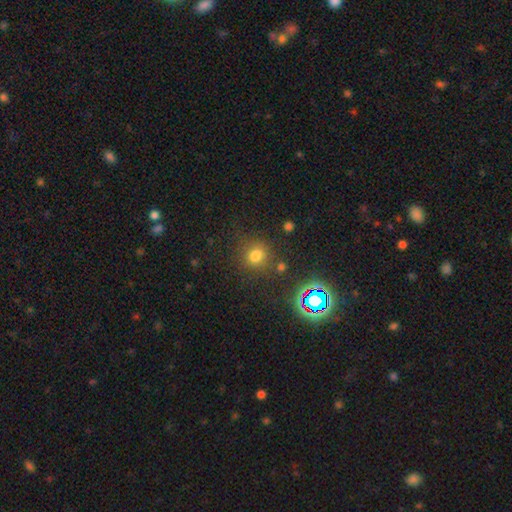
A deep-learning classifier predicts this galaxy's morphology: The model was most divided on "smooth or featured": smooth: 71%, star or artifact: 21%, featured or disk: 7%. More confident: how rounded — round (82%); merging — none (76%).